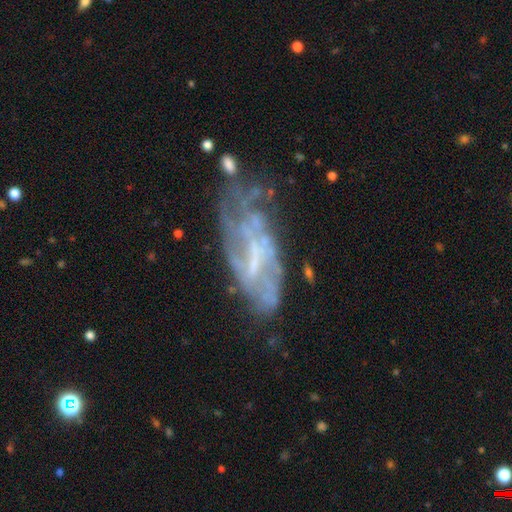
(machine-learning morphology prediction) A featured or disk galaxy (77%) with a weak bar (44%), spiral arms (68%) and no central bulge (41%). Merging: none (43%).